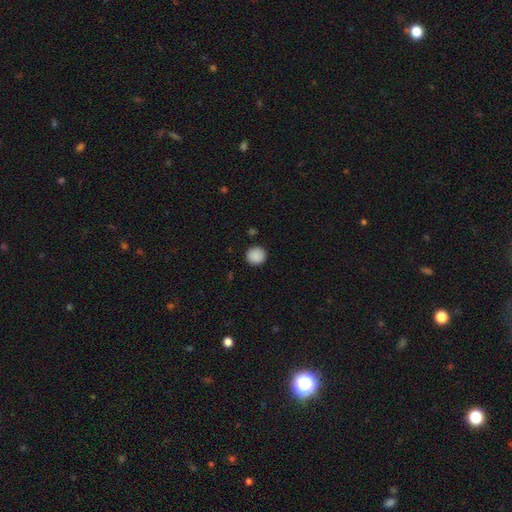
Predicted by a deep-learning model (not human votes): A smooth galaxy with no disk features (89%) that is round (93%).

Vote fractions:
- Smooth or featured? smooth: 89% / star or artifact: 8% / featured or disk: 3%
- How rounded? round: 93% / in between: 6% / cigar-shaped: 1%
- Merging? none: 91% / minor disturbance: 6% / major disturbance: 2% / merger: 1%